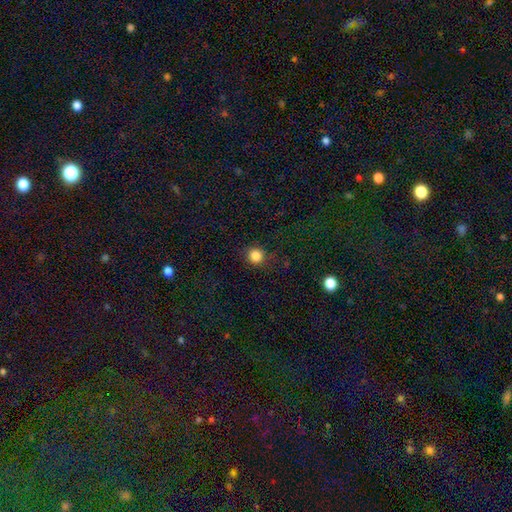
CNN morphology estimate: Overall: smooth (84%). How rounded: round (90%). Merging: none (86%).